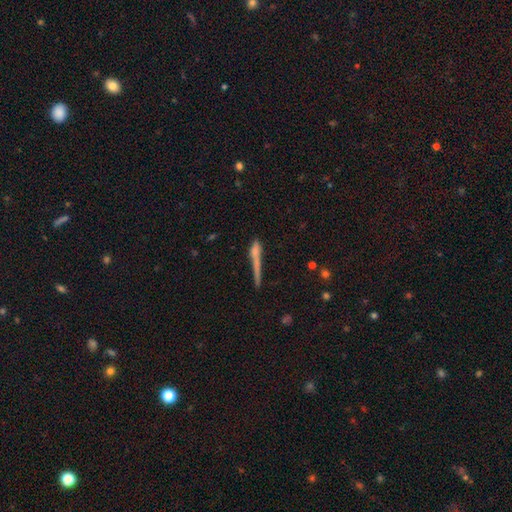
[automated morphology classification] Smooth or featured? Predicted: smooth (p=0.56). How rounded? Predicted: cigar-shaped (p=0.91). Merging? Predicted: none (p=0.52).